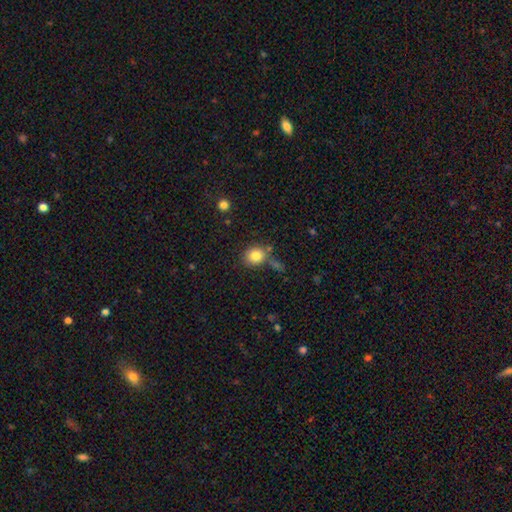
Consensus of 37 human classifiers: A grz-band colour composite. It shows a smooth galaxy with no disk features (81%) that is round (77%). Merging: none (79%).